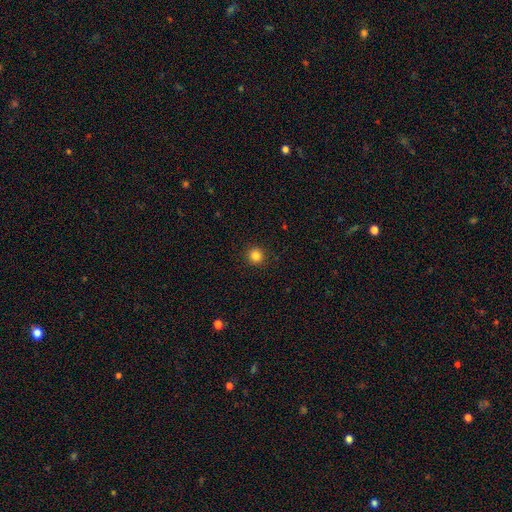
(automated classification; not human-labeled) This appears to be a smooth galaxy with no disk features (84%) that is round (94%). Merging: none (92%).